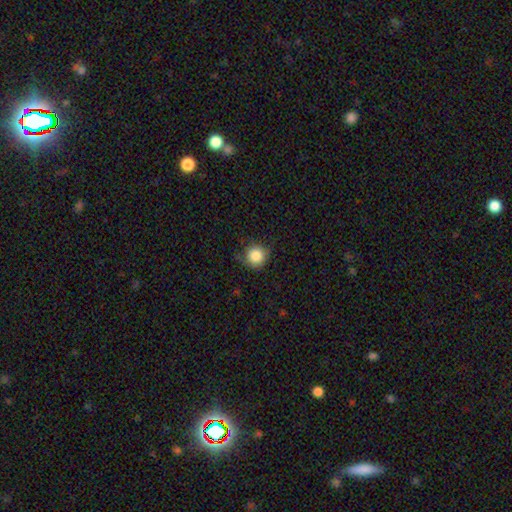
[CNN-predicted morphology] smooth 86%, star or artifact 10%, featured or disk 5%. Down the decision tree: how rounded — round (93%); merging — none (74%).